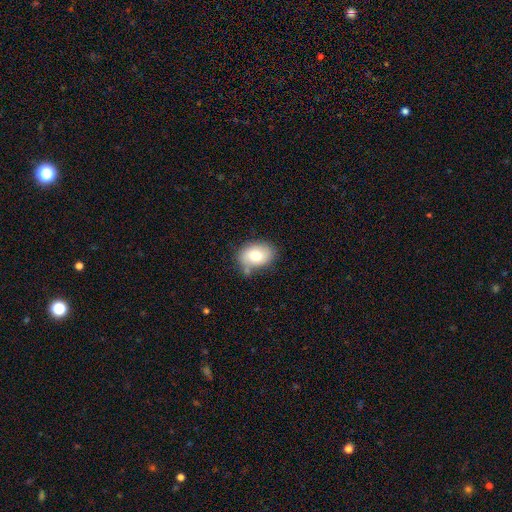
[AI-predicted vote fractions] This appears to be a smooth galaxy with no disk features (76%) that is in between round and cigar-shaped (75%). Merging: none (68%).